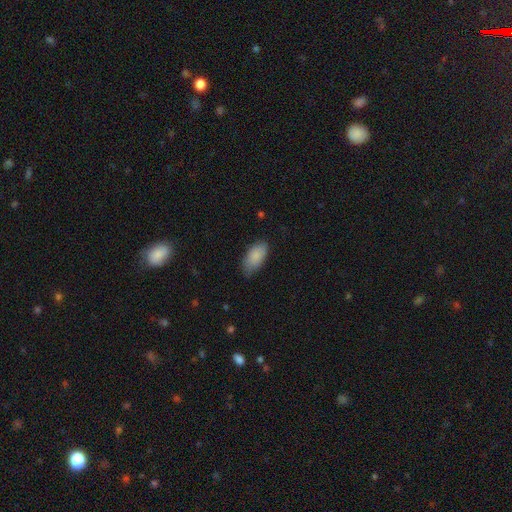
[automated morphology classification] This appears to be a smooth galaxy with no disk features (86%) that is in between round and cigar-shaped (93%). Merging: none (66%).